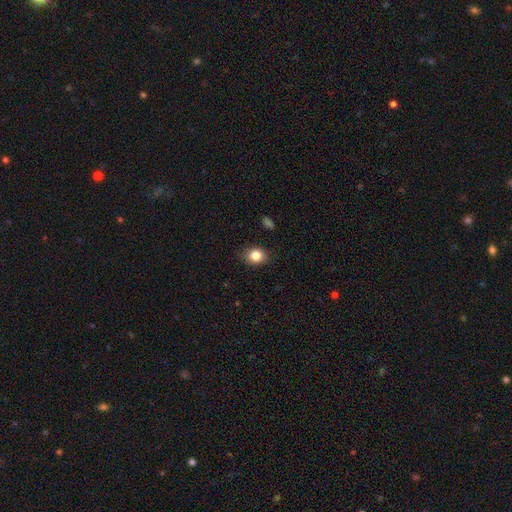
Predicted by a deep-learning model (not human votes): This appears to be a smooth galaxy with no disk features (84%) that is round (55%). Merging: none (84%).